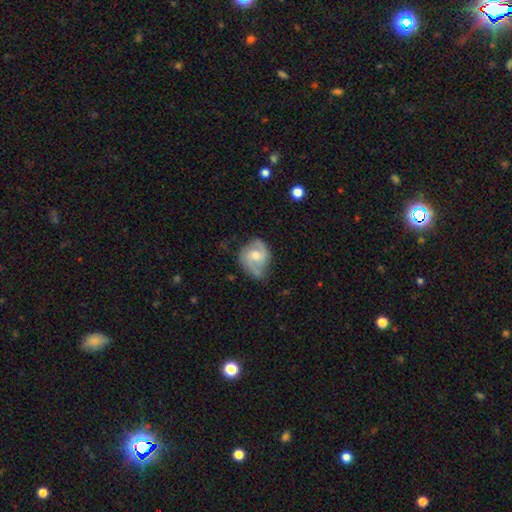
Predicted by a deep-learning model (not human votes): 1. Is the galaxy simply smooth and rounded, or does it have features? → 76% featured or disk, 19% smooth, 6% star or artifact.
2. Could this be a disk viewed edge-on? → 98% no, 2% yes.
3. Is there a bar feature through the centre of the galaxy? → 50% no, 43% weak, 7% strong.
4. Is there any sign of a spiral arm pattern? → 93% yes, 7% no.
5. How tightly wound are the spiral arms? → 51% medium, 26% tight, 23% loose.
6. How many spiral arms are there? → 85% 2, 7% can't tell, 3% 1, 2% 3, 1% 4, 1% more than 4.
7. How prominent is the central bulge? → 65% moderate, 24% small, 7% large, 3% none, 1% dominant.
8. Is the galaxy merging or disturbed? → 62% none, 27% minor disturbance, 9% major disturbance, 2% merger.